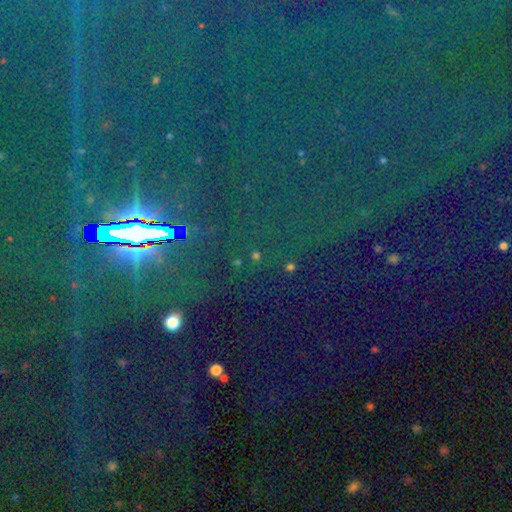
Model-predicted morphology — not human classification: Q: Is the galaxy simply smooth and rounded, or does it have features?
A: star or artifact — 67%.